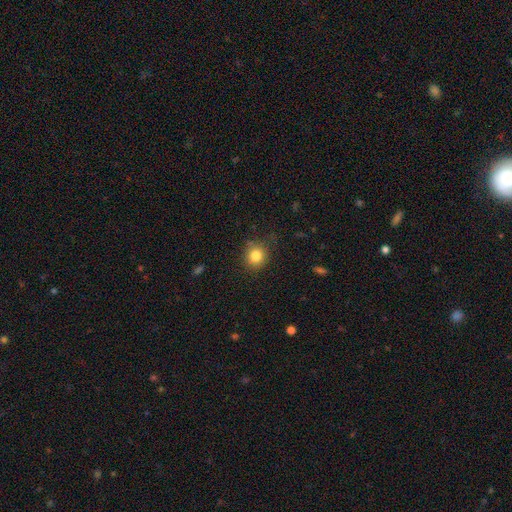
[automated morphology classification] Q: Smooth or featured?
A: smooth (82%); runner-up: star or artifact (11%)
Q: How rounded?
A: round (83%); runner-up: in between (16%)
Q: Merging?
A: none (83%); runner-up: minor disturbance (13%)